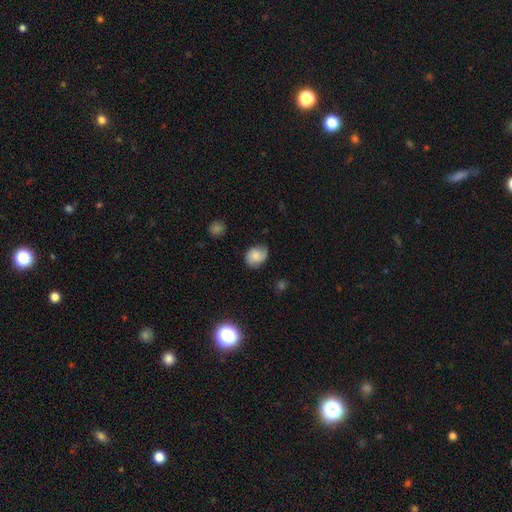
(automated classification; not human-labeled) This is likely a smooth galaxy (61%). How rounded: possibly in between (52%). Merging: likely none (68%).